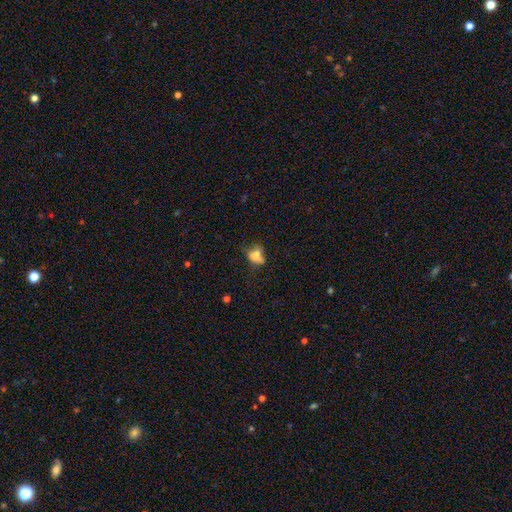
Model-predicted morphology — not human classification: Smooth or featured: smooth — 65% (featured or disk — 20%)
How rounded: in between — 66% (round — 31%)
Merging: none — 34% (minor disturbance — 24%)